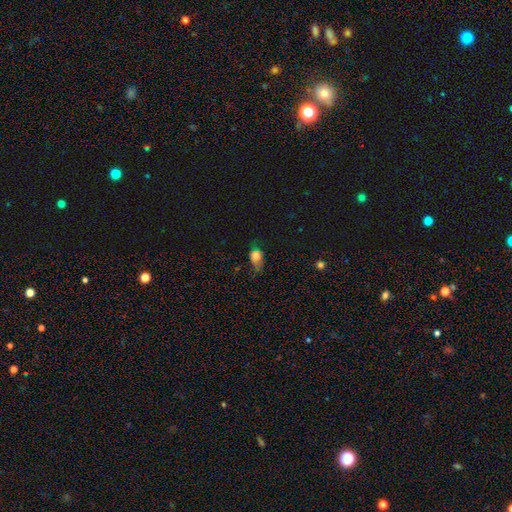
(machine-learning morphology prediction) A smooth galaxy with no disk features (74%) that is in between round and cigar-shaped (65%).

Vote fractions:
- Smooth or featured? smooth: 74% / featured or disk: 14% / star or artifact: 13%
- How rounded? in between: 65% / round: 32% / cigar-shaped: 3%
- Merging? none: 41% / minor disturbance: 35% / major disturbance: 21% / merger: 3%